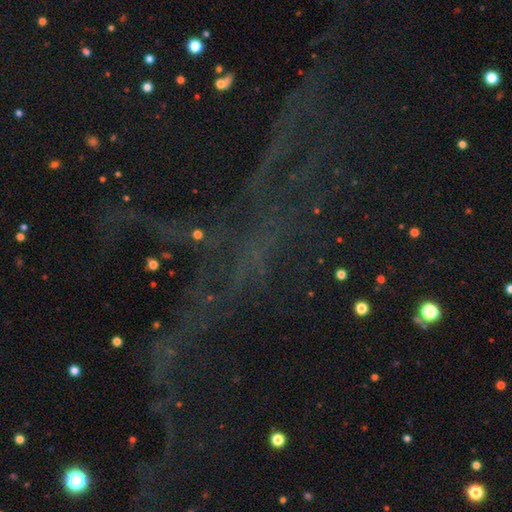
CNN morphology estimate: A star or artifact, not a galaxy (72%).